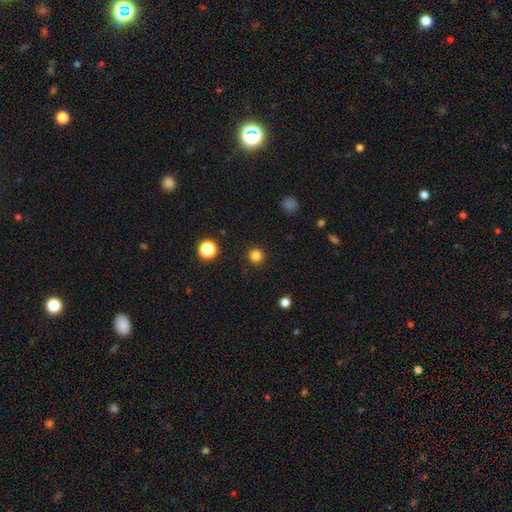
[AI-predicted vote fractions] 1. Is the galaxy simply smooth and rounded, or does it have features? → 82% smooth, 14% star or artifact, 4% featured or disk.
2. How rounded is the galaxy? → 95% round, 4% in between, 1% cigar-shaped.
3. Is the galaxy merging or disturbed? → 91% none, 5% minor disturbance, 2% major disturbance, 1% merger.